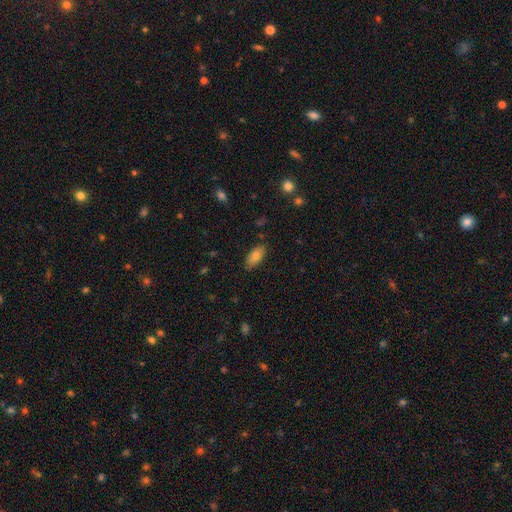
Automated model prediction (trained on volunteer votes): smooth-or-featured: smooth: 78% | featured or disk: 14% | star or artifact: 8%
  how-rounded: in between: 90% | cigar-shaped: 7% | round: 3%
  merging: none: 83% | minor disturbance: 13% | major disturbance: 3% | merger: 1%